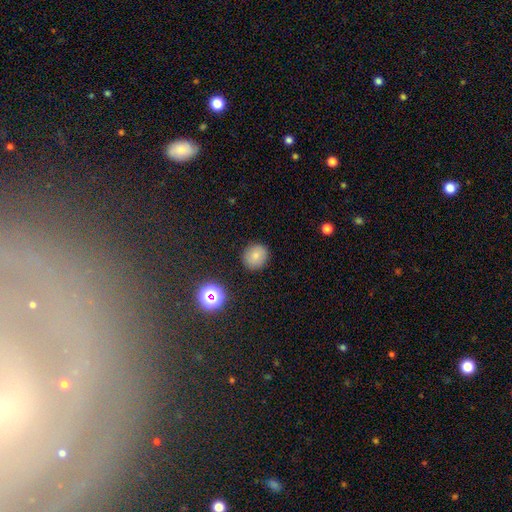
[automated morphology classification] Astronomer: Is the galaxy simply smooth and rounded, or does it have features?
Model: smooth — 77%.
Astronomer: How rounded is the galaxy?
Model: round — 85%.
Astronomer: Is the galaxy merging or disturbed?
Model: none — 88%.